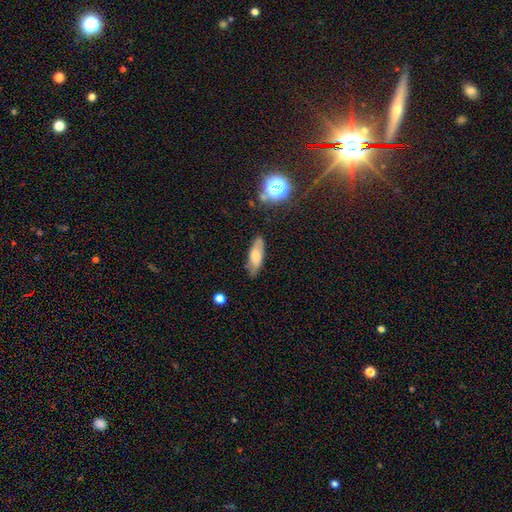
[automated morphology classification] A smooth galaxy with no disk features (66%) that is in between round and cigar-shaped (62%).

Vote fractions:
- Smooth or featured? smooth: 66% / featured or disk: 26% / star or artifact: 8%
- How rounded? in between: 62% / cigar-shaped: 35% / round: 3%
- Merging? none: 74% / minor disturbance: 20% / major disturbance: 4% / merger: 2%